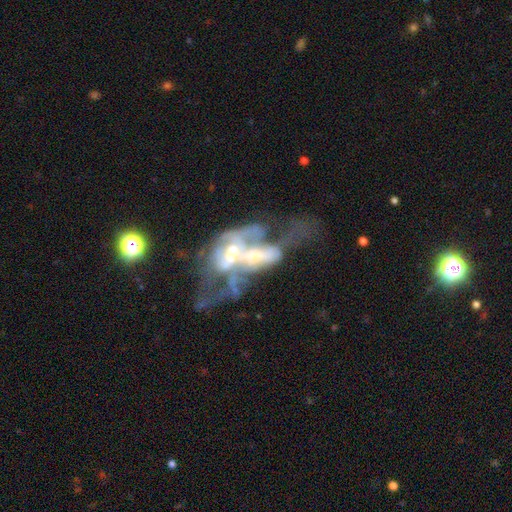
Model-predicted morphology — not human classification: This is likely a featured or disk galaxy (68%). It is clearly not viewed edge-on (93%). Bar: likely no (65%). Spiral arm pattern: likely no (68%). Central bulge: marginally moderate (44%). Merging: likely merger (66%).